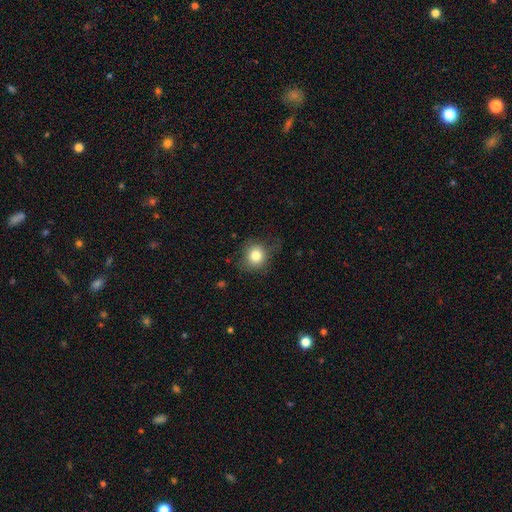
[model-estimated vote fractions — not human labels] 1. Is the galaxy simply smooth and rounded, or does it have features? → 81% smooth, 11% star or artifact, 8% featured or disk.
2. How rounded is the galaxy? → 83% round, 17% in between, 1% cigar-shaped.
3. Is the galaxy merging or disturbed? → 70% none, 21% minor disturbance, 7% major disturbance, 1% merger.